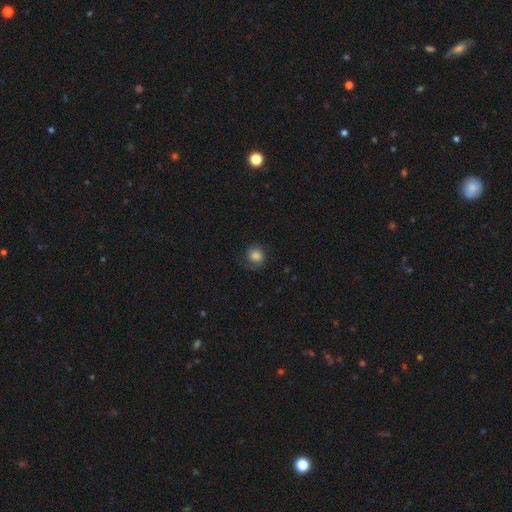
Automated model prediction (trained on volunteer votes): The model was most divided on "smooth or featured": smooth: 64%, featured or disk: 25%, star or artifact: 11%. More confident: how rounded — round (78%); merging — none (69%).